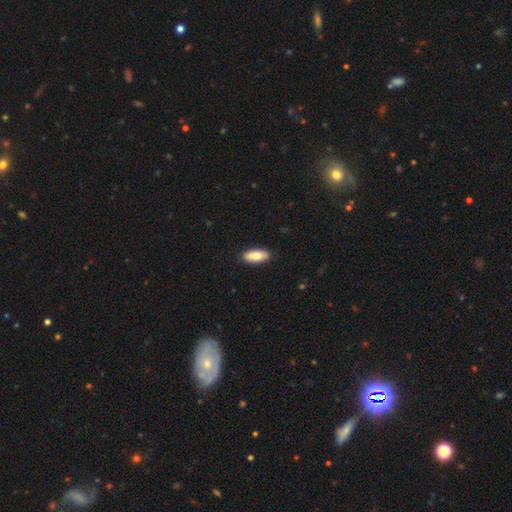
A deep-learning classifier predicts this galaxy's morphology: Smooth or featured? smooth (85%)
How rounded? in between (83%)
Merging? none (89%)